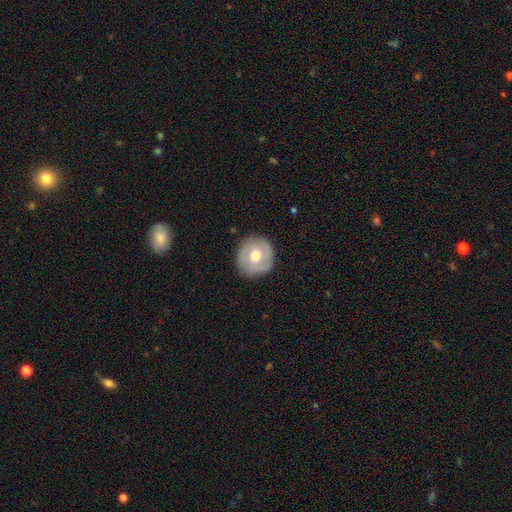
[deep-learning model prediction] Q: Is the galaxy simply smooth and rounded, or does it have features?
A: featured or disk — 52%.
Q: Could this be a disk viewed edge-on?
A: no — 96%.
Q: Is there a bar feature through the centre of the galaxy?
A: no — 71%.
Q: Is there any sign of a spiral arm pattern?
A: yes — 61%.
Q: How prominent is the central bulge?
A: moderate — 79%.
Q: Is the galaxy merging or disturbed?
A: none — 84%.